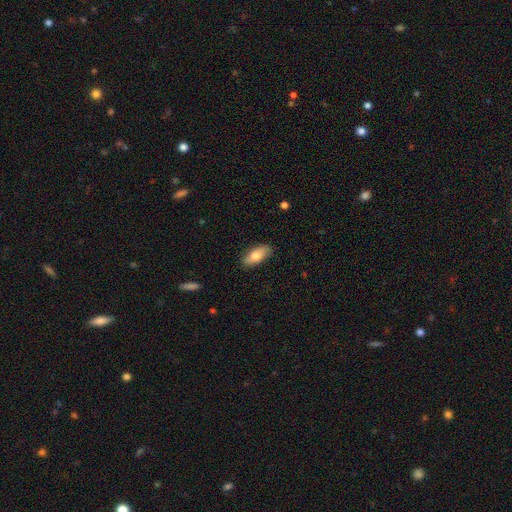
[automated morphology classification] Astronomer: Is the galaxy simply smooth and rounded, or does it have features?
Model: smooth — 78%.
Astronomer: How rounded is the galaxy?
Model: in between — 85%.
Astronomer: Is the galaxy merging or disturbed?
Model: none — 85%.